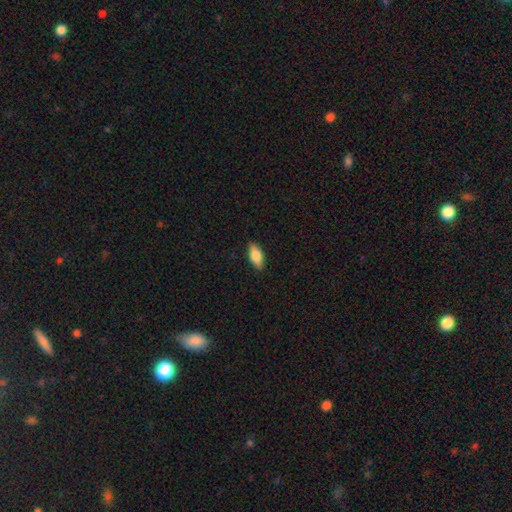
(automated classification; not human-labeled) Smooth or featured? smooth (78%)
How rounded? in between (82%)
Merging? none (88%)